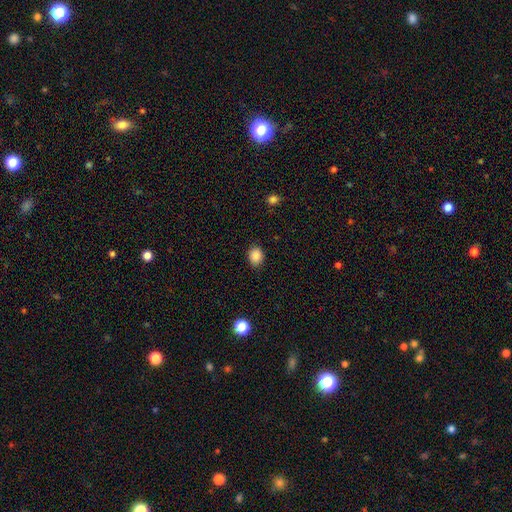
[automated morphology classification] smooth-or-featured: smooth: 88% | star or artifact: 9% | featured or disk: 3%
  how-rounded: in between: 52% | round: 47% | cigar-shaped: 1%
  merging: none: 87% | minor disturbance: 10% | major disturbance: 2% | merger: 1%